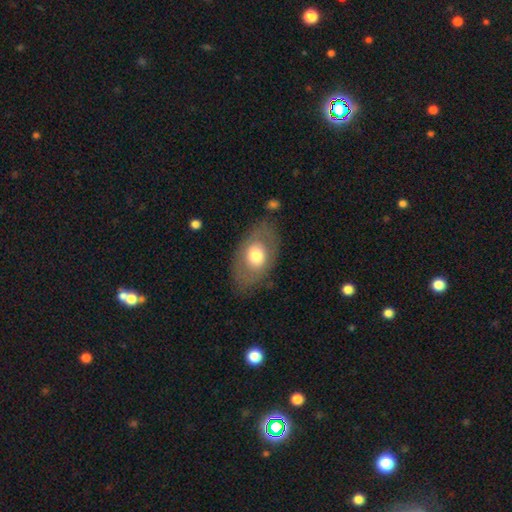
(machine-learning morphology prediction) The model was most divided on "smooth or featured": smooth: 59%, featured or disk: 34%, star or artifact: 7%. More confident: how rounded — in between (84%); merging — none (77%).